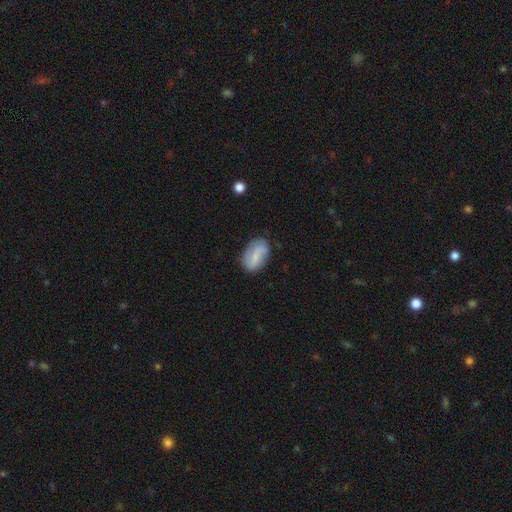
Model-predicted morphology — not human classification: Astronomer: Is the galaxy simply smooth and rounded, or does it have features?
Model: featured or disk — 49% (runner-up: smooth, 44%).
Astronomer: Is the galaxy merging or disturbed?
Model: none — 76%.